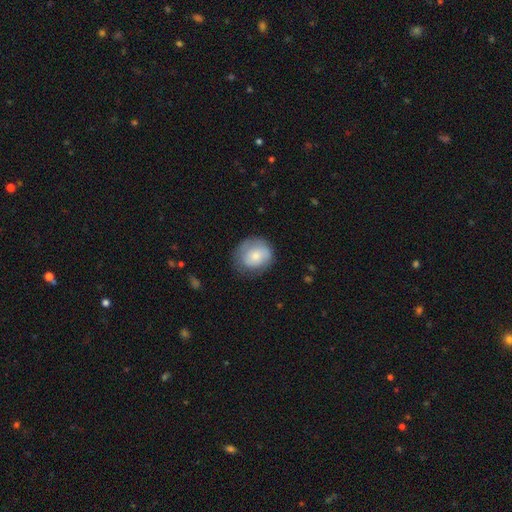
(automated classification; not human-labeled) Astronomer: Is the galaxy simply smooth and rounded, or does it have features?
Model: smooth — 72%.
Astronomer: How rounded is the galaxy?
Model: round — 74%.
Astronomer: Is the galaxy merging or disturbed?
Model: none — 66%.